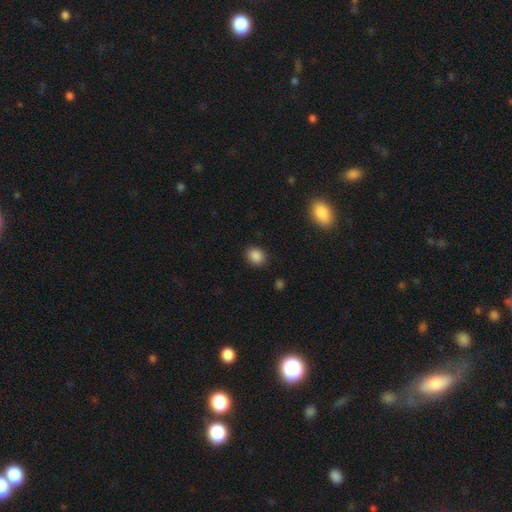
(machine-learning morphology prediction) Smooth or featured? Predicted: smooth (p=0.87). How rounded? Predicted: round (p=0.57). Merging? Predicted: none (p=0.88).